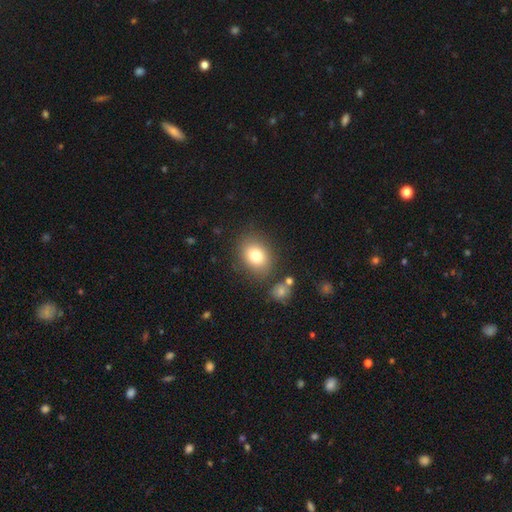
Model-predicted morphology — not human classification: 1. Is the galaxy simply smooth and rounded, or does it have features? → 79% smooth, 11% featured or disk, 10% star or artifact.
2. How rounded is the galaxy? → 55% in between, 44% round, 1% cigar-shaped.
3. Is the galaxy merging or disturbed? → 80% none, 11% minor disturbance, 5% merger, 4% major disturbance.